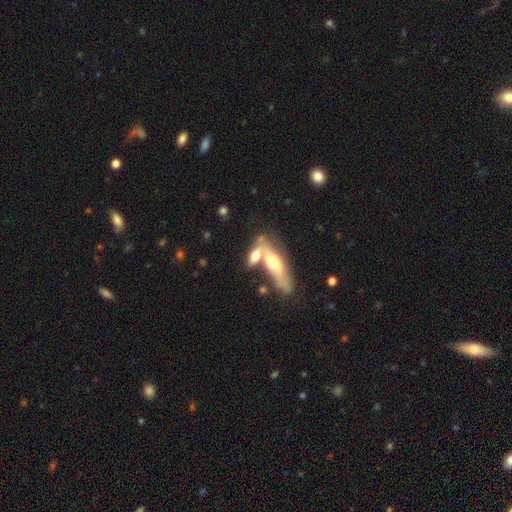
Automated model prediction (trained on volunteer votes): A smooth galaxy with no disk features (55%) that is in between round and cigar-shaped (56%). Merging: merger (54%).